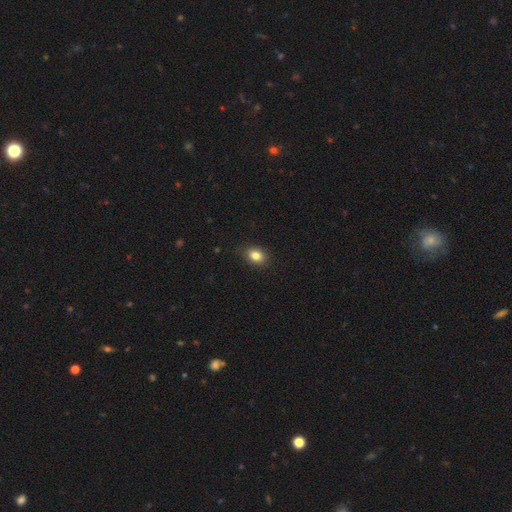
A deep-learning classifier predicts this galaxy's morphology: Smooth or featured?
  - smooth: 82% *
  - star or artifact: 10%
  - featured or disk: 7%
How rounded?
  - in between: 63% *
  - round: 36%
  - cigar-shaped: 1%
Merging?
  - none: 85% *
  - minor disturbance: 12%
  - major disturbance: 2%
  - merger: 1%